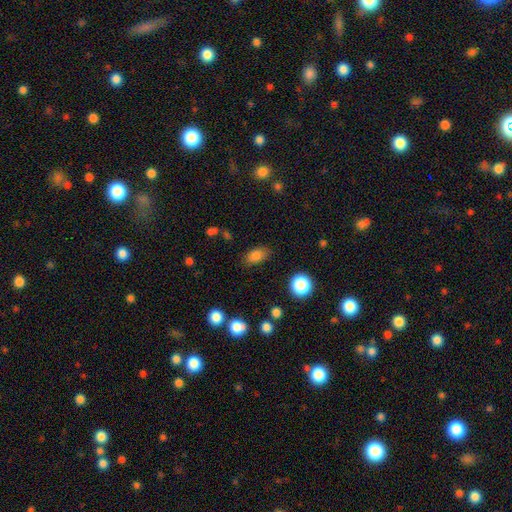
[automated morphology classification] Smooth or featured? Predicted: smooth (p=0.82). How rounded? Predicted: in between (p=0.85). Merging? Predicted: none (p=0.80).